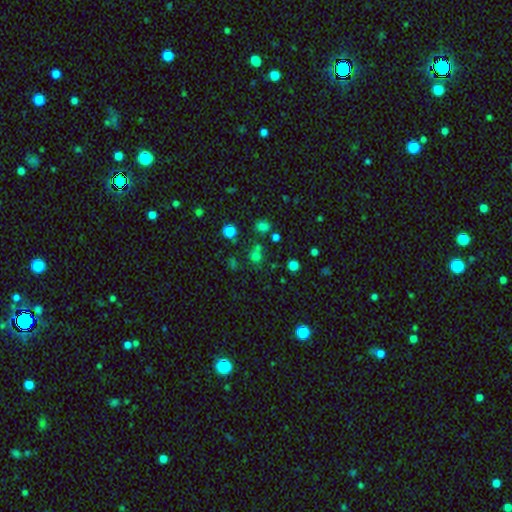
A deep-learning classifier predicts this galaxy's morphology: type=smooth (63%); roundness=round (83%); merging=none (65%).